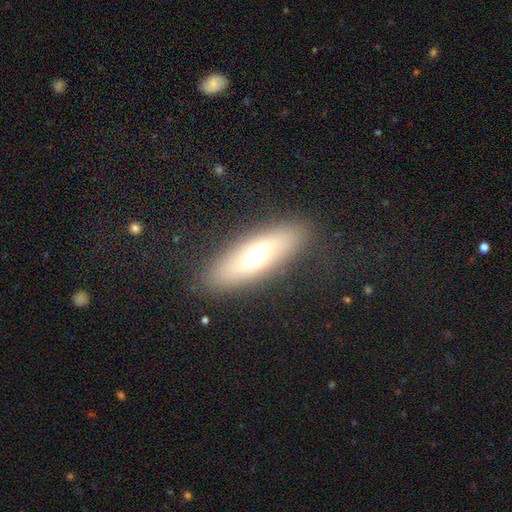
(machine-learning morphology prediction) smooth 54%, featured or disk 33%, star or artifact 12%. Down the decision tree: how rounded — in between (60%); merging — none (86%).